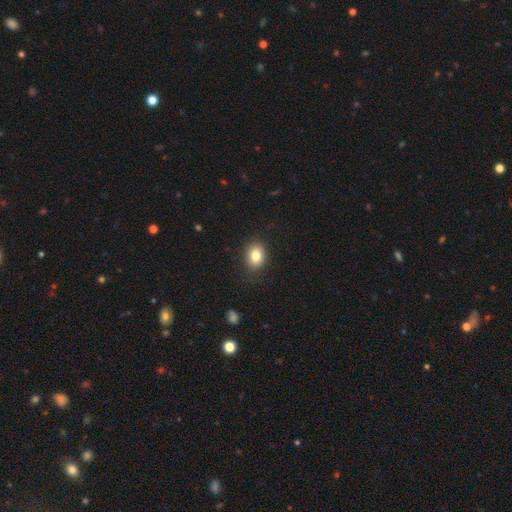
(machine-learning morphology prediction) Smooth or featured? smooth (82%)
How rounded? in between (50%)
Merging? none (86%)